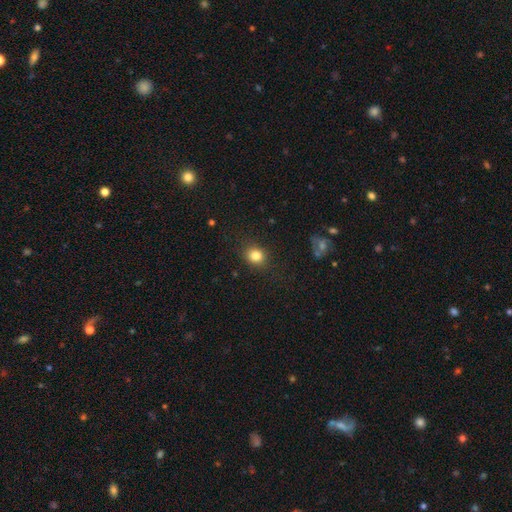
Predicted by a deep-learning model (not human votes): Smooth or featured? Predicted: smooth (p=0.83). How rounded? Predicted: round (p=0.71). Merging? Predicted: none (p=0.84).